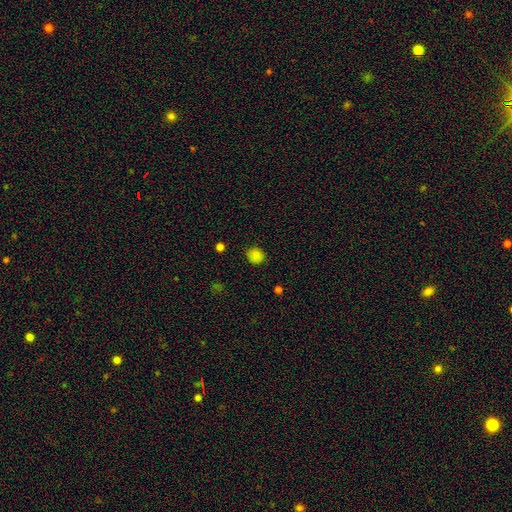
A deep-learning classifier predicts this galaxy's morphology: smooth-or-featured: smooth: 84% | star or artifact: 13% | featured or disk: 3%
  how-rounded: round: 83% | in between: 17% | cigar-shaped: 1%
  merging: none: 87% | minor disturbance: 10% | major disturbance: 2% | merger: 1%